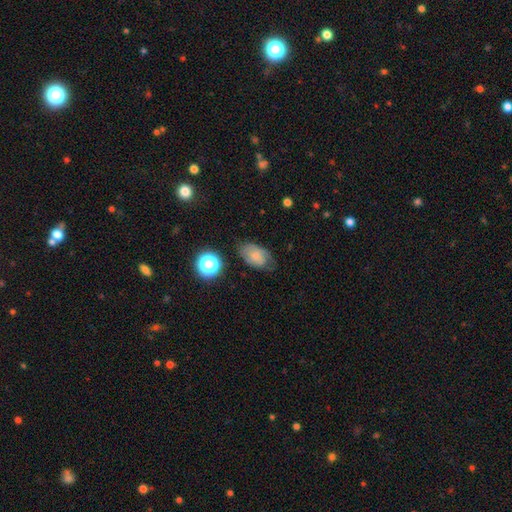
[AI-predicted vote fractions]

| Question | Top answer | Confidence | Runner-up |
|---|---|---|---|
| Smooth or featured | smooth | 64% | featured or disk (25%) |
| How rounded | in between | 86% | round (13%) |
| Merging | none | 62% | minor disturbance (26%) |